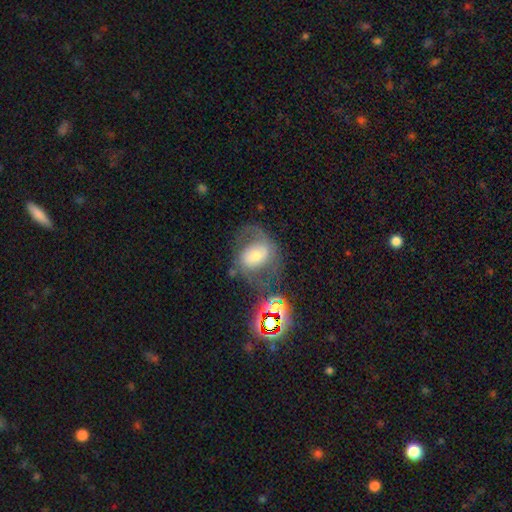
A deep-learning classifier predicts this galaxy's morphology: Overall: featured or disk (61%; smooth 26%). Edge-on disk: no (96%). Bar: no (47%; weak 36%). Spiral arms: yes (81%). Bulge size: moderate (50%; small 29%). Merging: none (49%; major disturbance 25%).